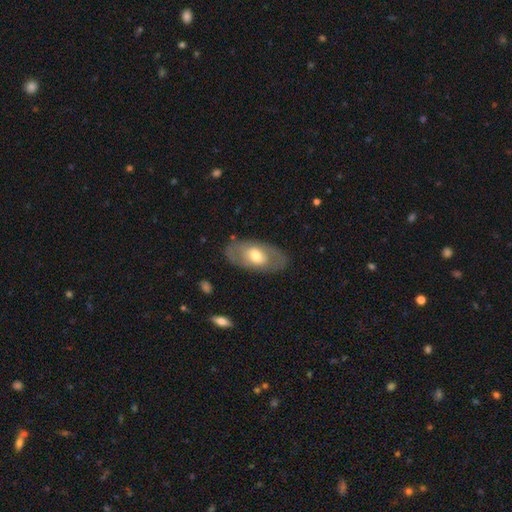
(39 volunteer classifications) A featured or disk galaxy (56%) with a weak bar (63%), no spiral arms (79%) and a moderate central bulge (63%).

Vote fractions:
- Smooth or featured? featured or disk: 56% / smooth: 38% / star or artifact: 5%
- Edge-on disk? no: 86% / yes: 14%
- Bar? weak: 63% / no: 32% / strong: 5%
- Spiral arms? no: 79% / yes: 21%
- Bulge size? moderate: 63% / small: 21% / dominant: 11% / large: 5% / none: 0%
- Merging? none: 89% / minor disturbance: 5% / major disturbance: 5% / merger: 0%